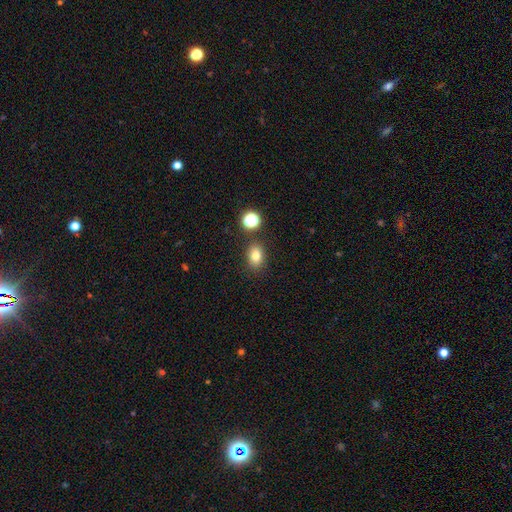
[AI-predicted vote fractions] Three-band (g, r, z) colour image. It shows a smooth galaxy with no disk features (79%) that is in between round and cigar-shaped (70%). Merging: none (82%).